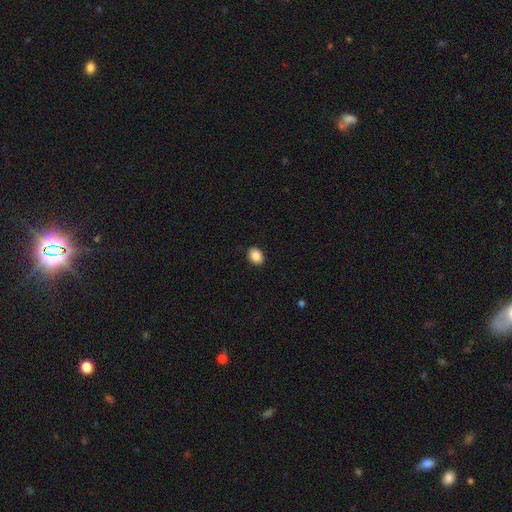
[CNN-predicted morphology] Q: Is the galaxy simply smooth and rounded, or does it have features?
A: smooth — 88%.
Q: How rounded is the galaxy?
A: in between — 66%.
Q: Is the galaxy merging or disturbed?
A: none — 90%.